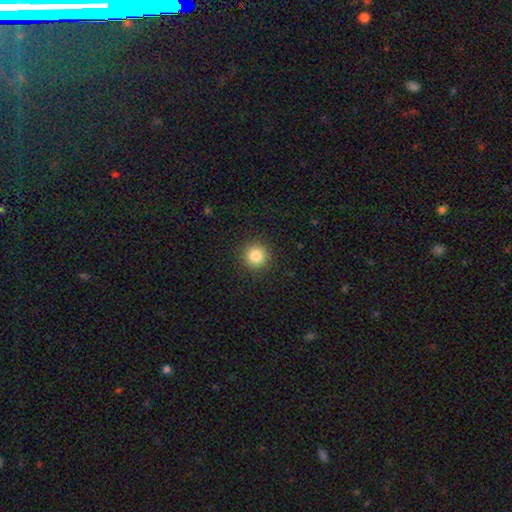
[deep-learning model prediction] smooth 85%, star or artifact 11%, featured or disk 5%. Down the decision tree: how rounded — round (95%); merging — none (92%).